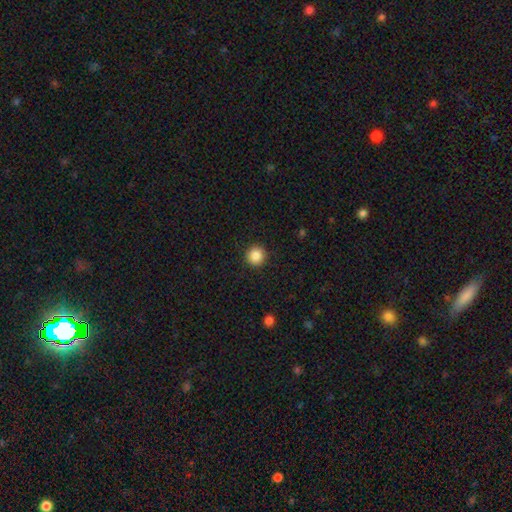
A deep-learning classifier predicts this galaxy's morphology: Smooth or featured?
  - smooth: 87% *
  - star or artifact: 10%
  - featured or disk: 3%
How rounded?
  - round: 95% *
  - in between: 4%
  - cigar-shaped: 1%
Merging?
  - none: 92% *
  - minor disturbance: 5%
  - major disturbance: 2%
  - merger: 1%